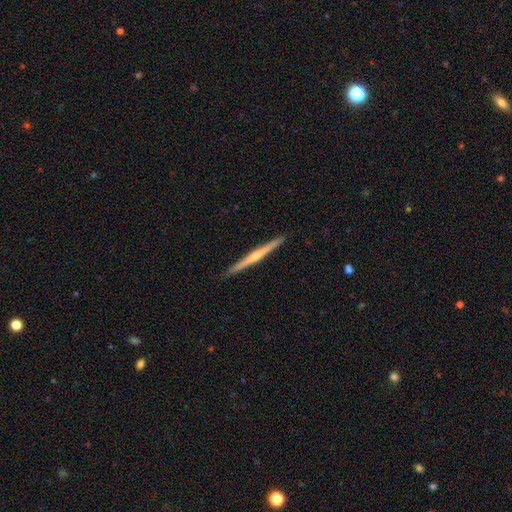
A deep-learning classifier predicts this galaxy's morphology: A featured or disk galaxy (71%) viewed edge-on (98%) with a rounded central bulge (67%).

Vote fractions:
- Smooth or featured? featured or disk: 71% / smooth: 24% / star or artifact: 5%
- Edge-on disk? yes: 98% / no: 2%
- Edge-on bulge? rounded: 67% / none: 28% / boxy: 5%
- Merging? none: 92% / minor disturbance: 6% / major disturbance: 1% / merger: 1%